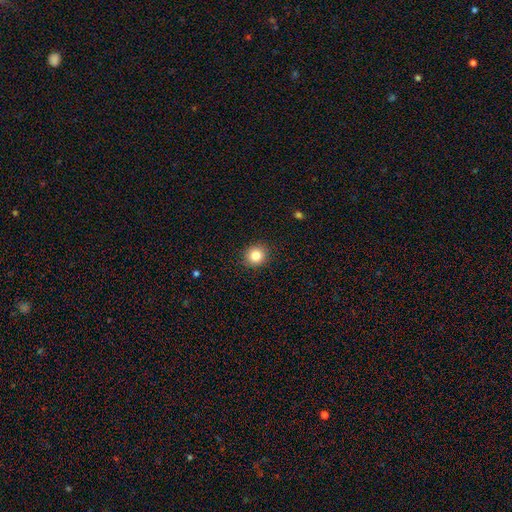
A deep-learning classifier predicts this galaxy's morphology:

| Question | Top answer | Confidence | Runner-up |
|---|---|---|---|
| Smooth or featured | smooth | 83% | star or artifact (11%) |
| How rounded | round | 88% | in between (11%) |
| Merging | none | 91% | minor disturbance (6%) |